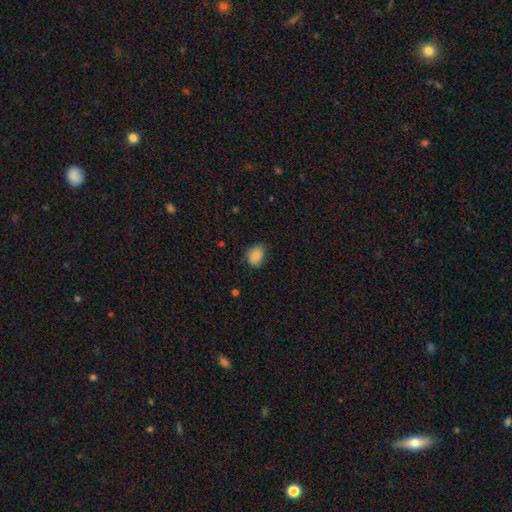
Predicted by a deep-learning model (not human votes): This appears to be a smooth galaxy with no disk features (85%) that is in between round and cigar-shaped (58%). Merging: none (71%).